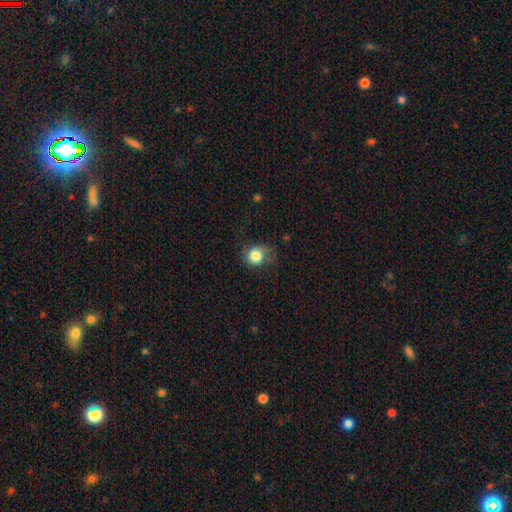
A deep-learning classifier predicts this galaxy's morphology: Smooth or featured? smooth (80%)
How rounded? round (74%)
Merging? none (53%)